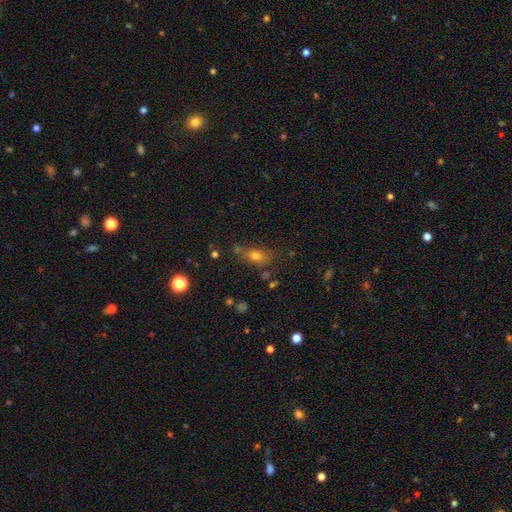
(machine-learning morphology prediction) A smooth galaxy with no disk features (67%) that is in between round and cigar-shaped (63%). Merging: none (68%).